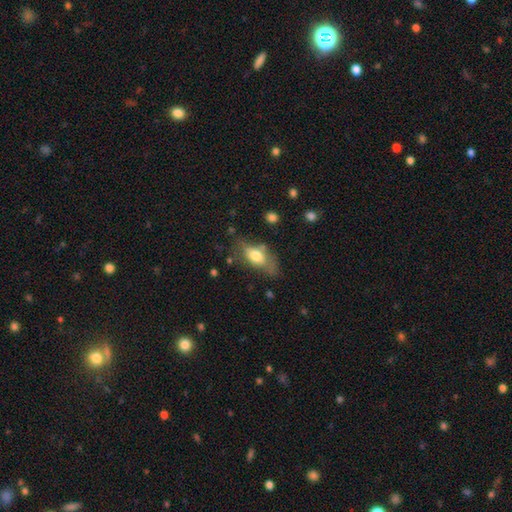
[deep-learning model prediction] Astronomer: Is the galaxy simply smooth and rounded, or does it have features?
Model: smooth — 69%.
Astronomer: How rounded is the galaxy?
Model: in between — 83%.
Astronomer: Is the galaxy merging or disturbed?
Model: none — 56%.